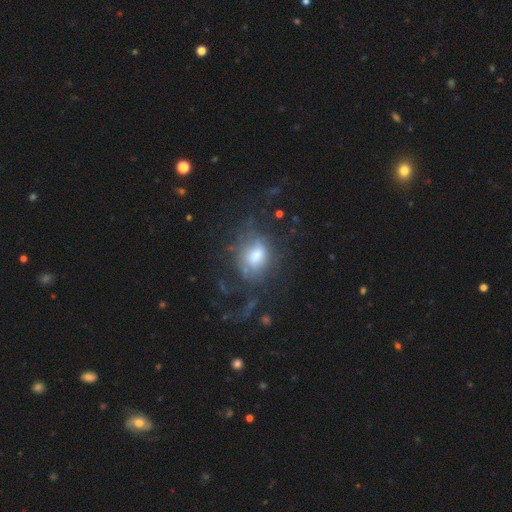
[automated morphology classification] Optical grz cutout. It shows a smooth galaxy with no disk features (49%). Merging: none (47%).